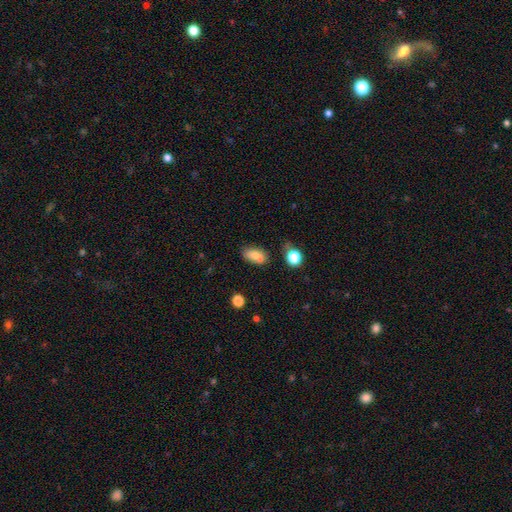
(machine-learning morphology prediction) Smooth or featured? Predicted: smooth (p=0.74). How rounded? Predicted: in between (p=0.83). Merging? Predicted: none (p=0.48).